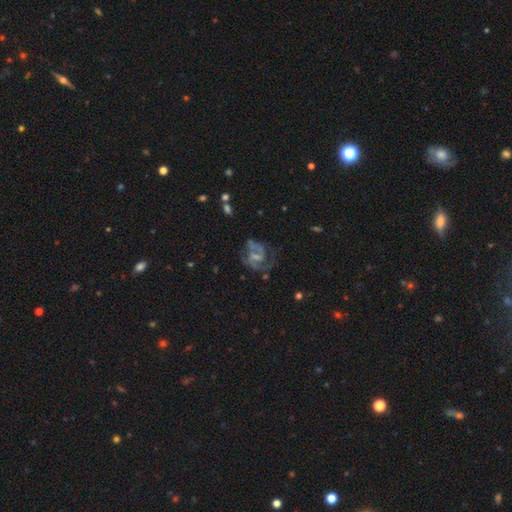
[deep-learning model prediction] Overall: featured or disk (77%). Edge-on disk: no (98%). Bar: weak (50%; no 34%). Spiral arms: yes (85%). Spiral arm count: 2 (64%). Spiral winding: medium (51%; tight 27%). Bulge size: small (39%; moderate 28%). Merging: none (48%; major disturbance 27%).